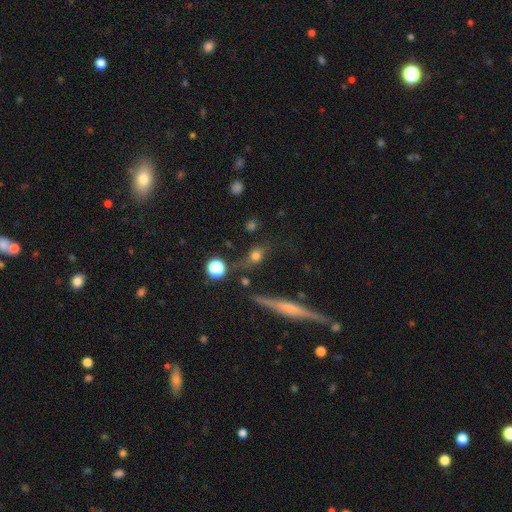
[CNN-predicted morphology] Smooth or featured? smooth (61%)
How rounded? in between (51%)
Merging? none (62%)